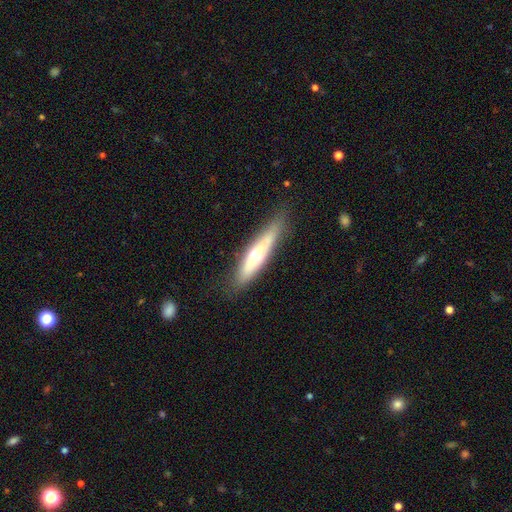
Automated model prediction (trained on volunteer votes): Q: Smooth or featured?
A: smooth (48%); runner-up: featured or disk (45%)
Q: Merging?
A: none (83%); runner-up: minor disturbance (12%)